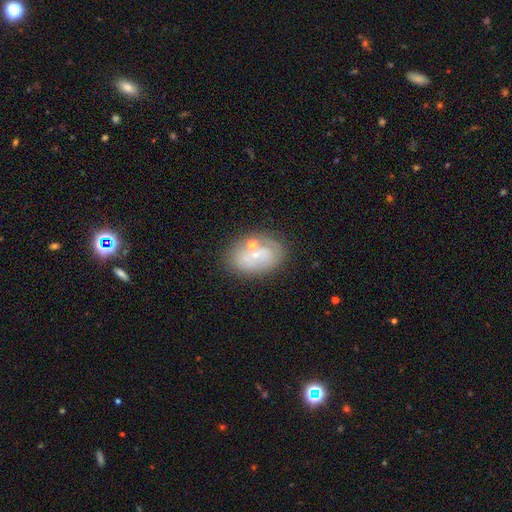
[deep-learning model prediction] Smooth or featured? featured or disk (44%)
Merging? none (65%)